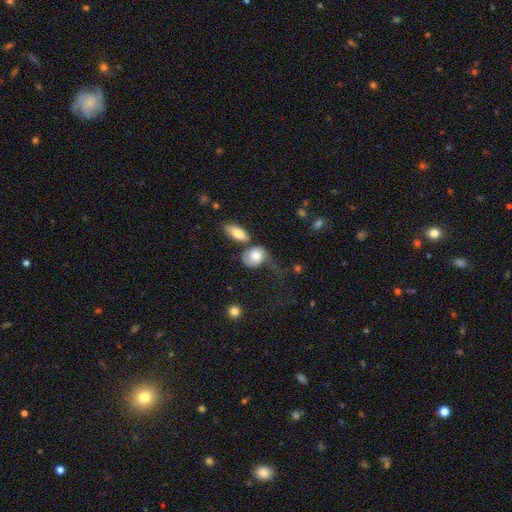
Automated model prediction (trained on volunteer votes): A smooth galaxy with no disk features (69%) that is in between round and cigar-shaped (52%).

Vote fractions:
- Smooth or featured? smooth: 69% / featured or disk: 24% / star or artifact: 6%
- How rounded? in between: 52% / round: 46% / cigar-shaped: 2%
- Merging? major disturbance: 30% / none: 25% / merger: 24% / minor disturbance: 21%